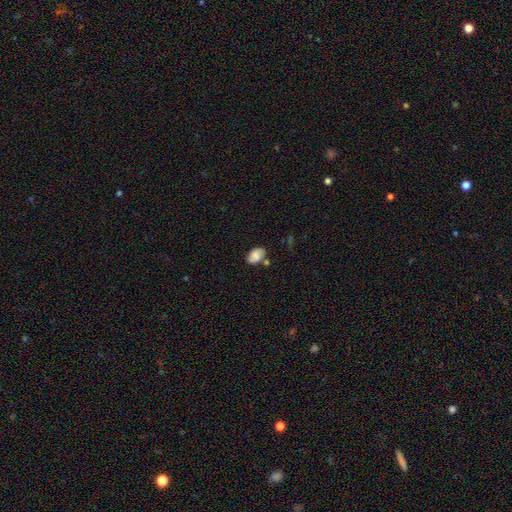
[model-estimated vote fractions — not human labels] Smooth or featured? smooth (74%)
How rounded? in between (86%)
Merging? none (62%)